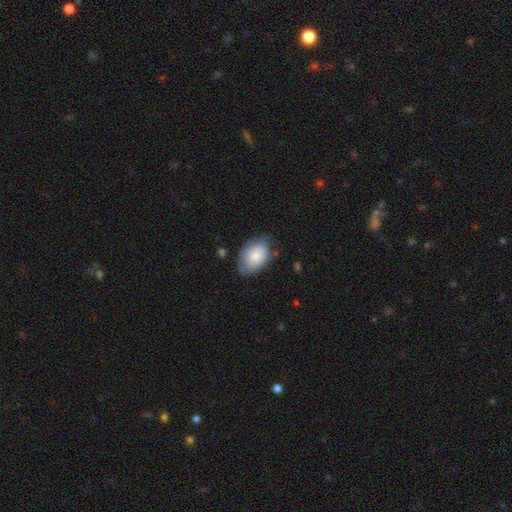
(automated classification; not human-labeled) Q: Smooth or featured?
A: smooth (78%); runner-up: featured or disk (16%)
Q: How rounded?
A: in between (89%); runner-up: round (10%)
Q: Merging?
A: none (67%); runner-up: minor disturbance (25%)